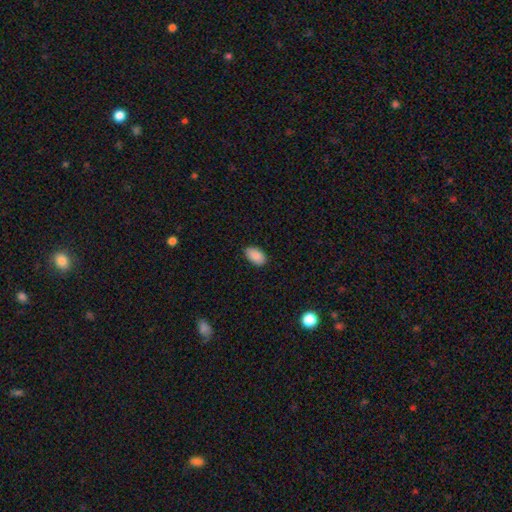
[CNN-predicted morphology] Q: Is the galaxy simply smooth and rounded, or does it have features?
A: smooth — 90%.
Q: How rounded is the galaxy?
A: in between — 94%.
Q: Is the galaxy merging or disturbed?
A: none — 85%.